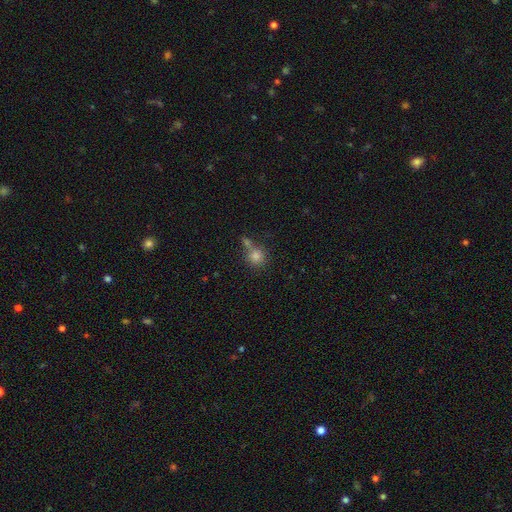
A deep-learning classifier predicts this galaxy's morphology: smooth-or-featured: smooth: 79% | star or artifact: 13% | featured or disk: 8%
  how-rounded: round: 89% | in between: 10% | cigar-shaped: 1%
  merging: none: 55% | merger: 31% | minor disturbance: 10% | major disturbance: 4%